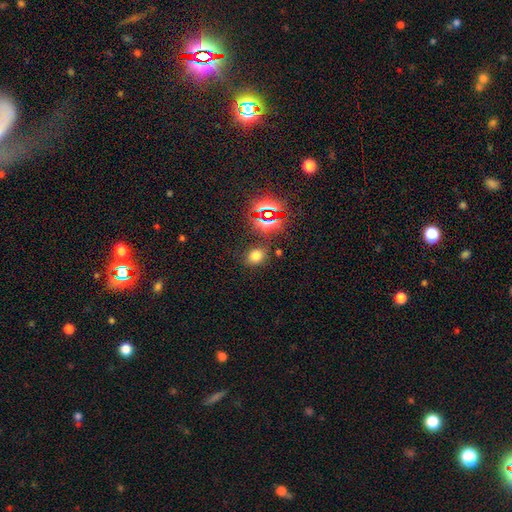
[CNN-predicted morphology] Q: Smooth or featured?
A: smooth (67%); runner-up: star or artifact (25%)
Q: How rounded?
A: round (50%); runner-up: in between (49%)
Q: Merging?
A: none (81%); runner-up: minor disturbance (10%)